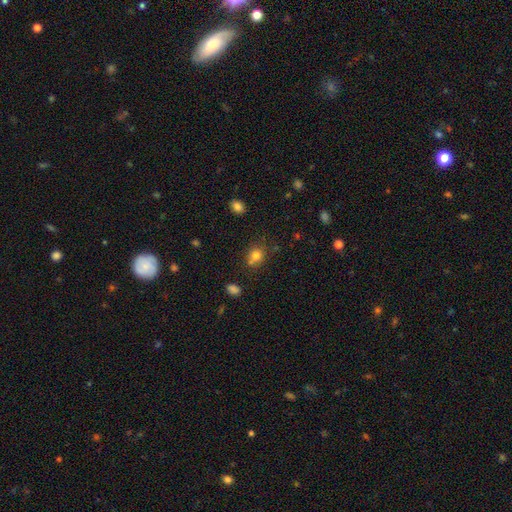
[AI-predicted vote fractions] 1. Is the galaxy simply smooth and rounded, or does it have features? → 77% smooth, 14% star or artifact, 9% featured or disk.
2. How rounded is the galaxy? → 72% round, 27% in between, 1% cigar-shaped.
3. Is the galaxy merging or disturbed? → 60% none, 21% merger, 15% minor disturbance, 5% major disturbance.